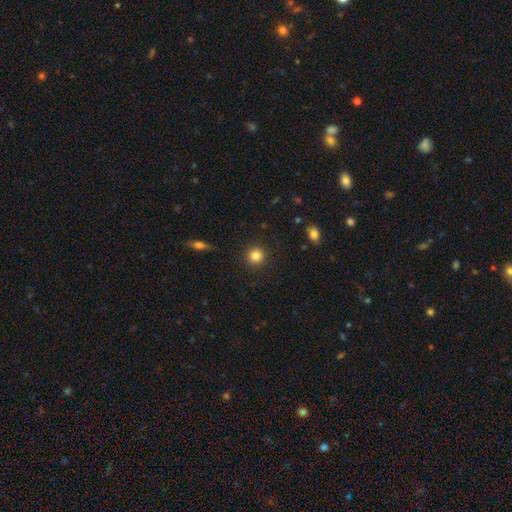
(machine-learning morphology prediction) type=smooth (84%); roundness=round (94%); merging=none (92%).